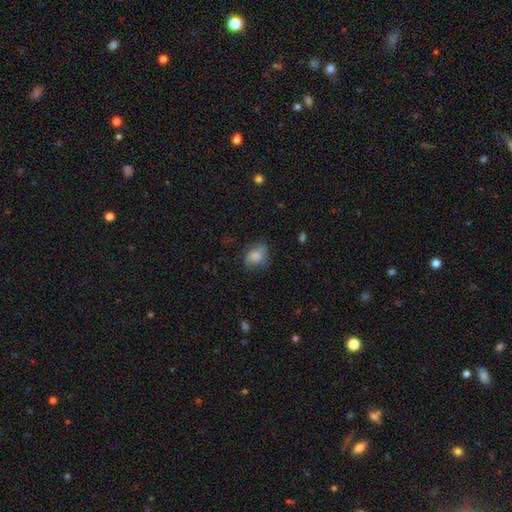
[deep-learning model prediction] smooth_or_featured: smooth (p=0.65) [alt: featured or disk p=0.26]
how_rounded: in between (p=0.58) [alt: round p=0.41]
merging: none (p=0.59) [alt: minor disturbance p=0.26]